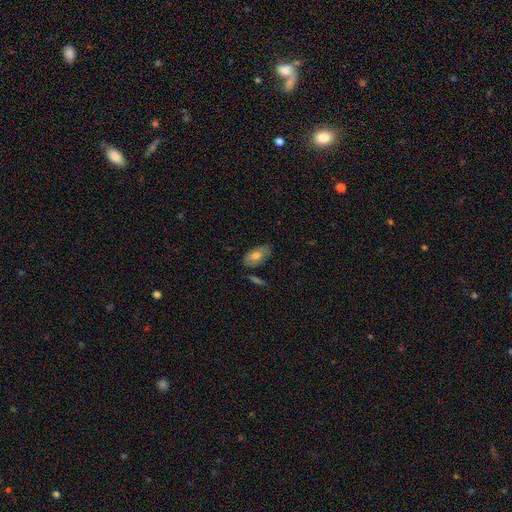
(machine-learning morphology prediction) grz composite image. It shows a smooth galaxy with no disk features (68%) that is in between round and cigar-shaped (92%). Merging: none (71%).